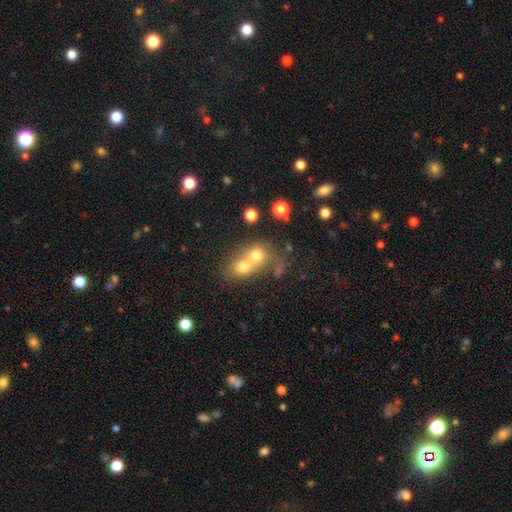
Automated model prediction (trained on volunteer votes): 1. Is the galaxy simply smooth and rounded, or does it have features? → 68% smooth, 19% featured or disk, 13% star or artifact.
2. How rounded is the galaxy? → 67% round, 31% in between, 1% cigar-shaped.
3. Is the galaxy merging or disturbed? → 69% merger, 22% none, 5% minor disturbance, 4% major disturbance.